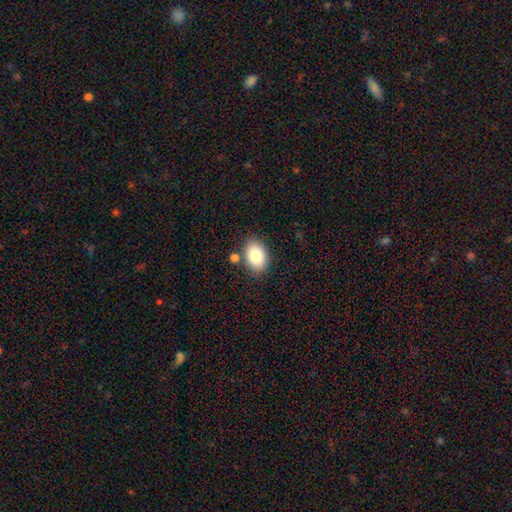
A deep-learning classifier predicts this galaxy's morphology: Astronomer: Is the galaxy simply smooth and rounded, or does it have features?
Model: smooth — 83%.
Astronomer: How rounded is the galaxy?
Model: in between — 82%.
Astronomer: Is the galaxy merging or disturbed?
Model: none — 79%.